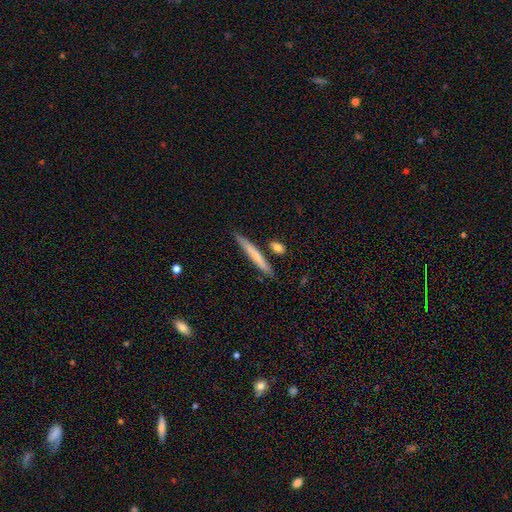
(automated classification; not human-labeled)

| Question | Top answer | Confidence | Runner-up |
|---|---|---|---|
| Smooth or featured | smooth | 59% | featured or disk (35%) |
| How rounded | cigar-shaped | 95% | in between (3%) |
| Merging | none | 82% | minor disturbance (10%) |